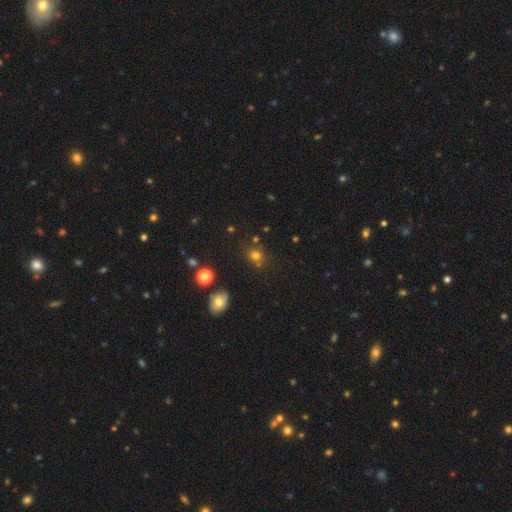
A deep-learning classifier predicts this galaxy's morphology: Q: Smooth or featured?
A: smooth (71%); runner-up: star or artifact (20%)
Q: How rounded?
A: round (76%); runner-up: in between (23%)
Q: Merging?
A: none (74%); runner-up: minor disturbance (12%)